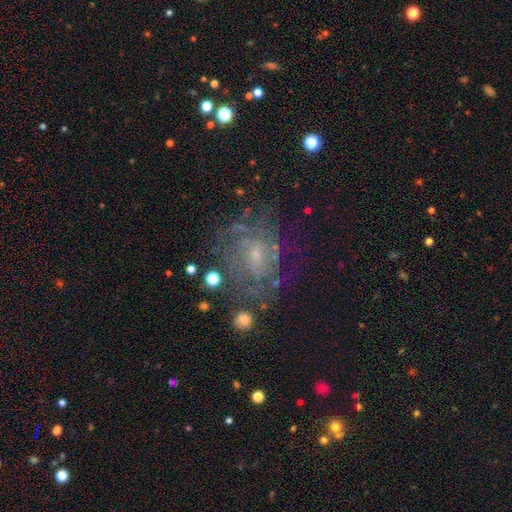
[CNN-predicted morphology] Q: Smooth or featured?
A: featured or disk (66%); runner-up: star or artifact (17%)
Q: Edge-on disk?
A: no (97%); runner-up: yes (3%)
Q: Bar?
A: no (54%); runner-up: weak (37%)
Q: Spiral arms?
A: yes (75%); runner-up: no (25%)
Q: Bulge size?
A: small (67%); runner-up: moderate (21%)
Q: Merging?
A: none (66%); runner-up: minor disturbance (17%)